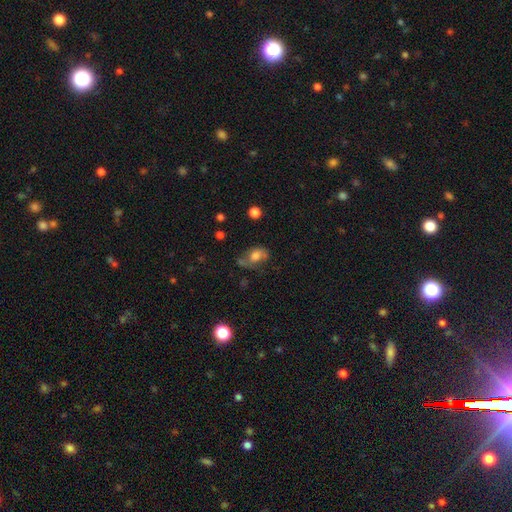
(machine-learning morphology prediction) A smooth galaxy with no disk features (60%) that is in between round and cigar-shaped (77%). Merging: none (49%).